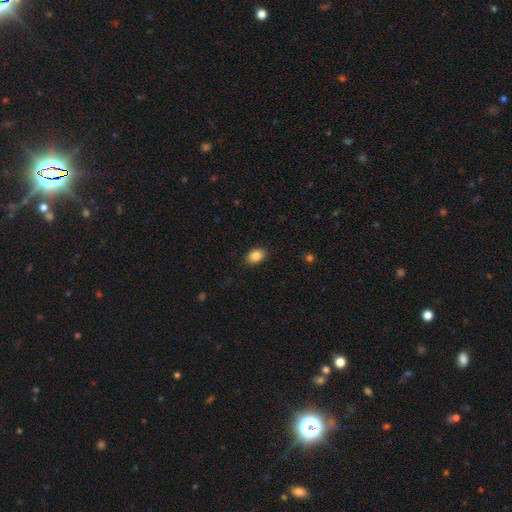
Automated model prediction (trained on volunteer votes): Smooth or featured? smooth (87%)
How rounded? in between (81%)
Merging? none (88%)